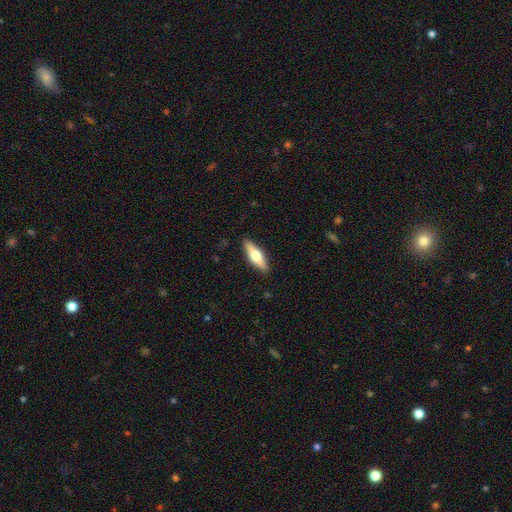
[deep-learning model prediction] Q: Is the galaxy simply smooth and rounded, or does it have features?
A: smooth — 51%.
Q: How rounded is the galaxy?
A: cigar-shaped — 57%.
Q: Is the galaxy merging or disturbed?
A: none — 89%.